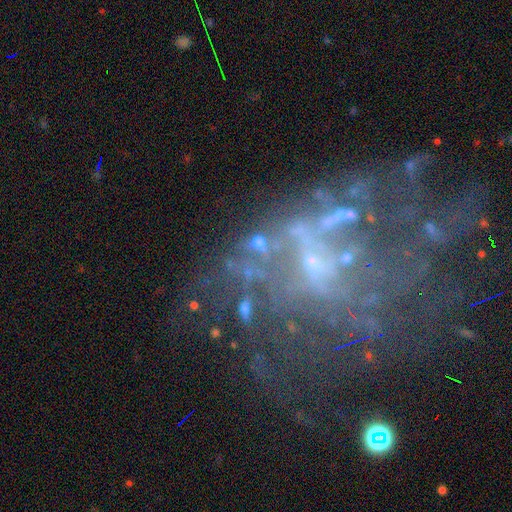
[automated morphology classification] This appears to be a featured or disk galaxy (64%) with no bar (75%), no spiral arms (76%) and a small central bulge (49%). Merging: none (38%).